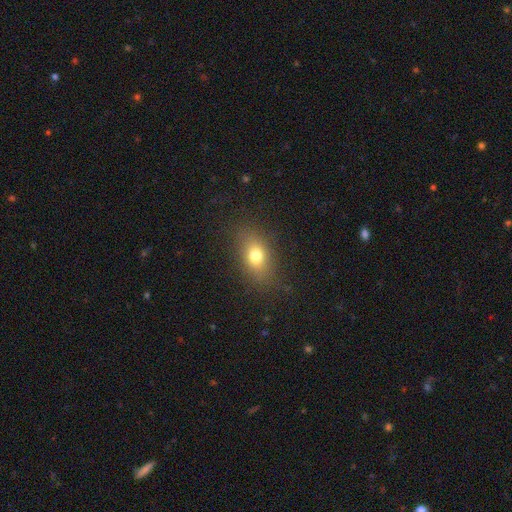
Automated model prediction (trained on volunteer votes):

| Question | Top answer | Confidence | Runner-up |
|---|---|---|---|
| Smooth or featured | smooth | 75% | featured or disk (13%) |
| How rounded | in between | 74% | round (23%) |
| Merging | none | 83% | minor disturbance (11%) |